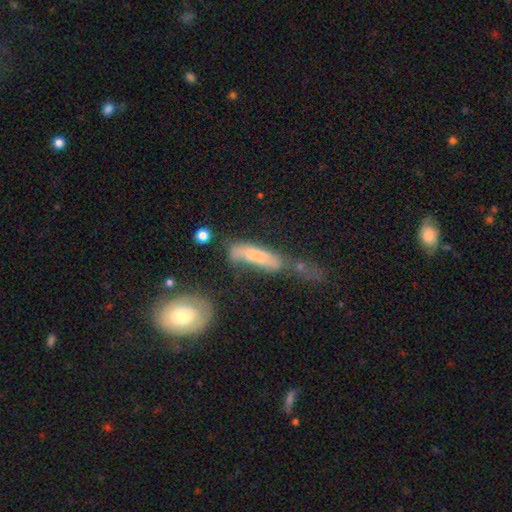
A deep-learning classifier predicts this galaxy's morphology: smooth-or-featured: smooth: 60% | featured or disk: 31% | star or artifact: 9%
  how-rounded: cigar-shaped: 61% | in between: 36% | round: 3%
  merging: major disturbance: 29% | merger: 27% | none: 24% | minor disturbance: 20%